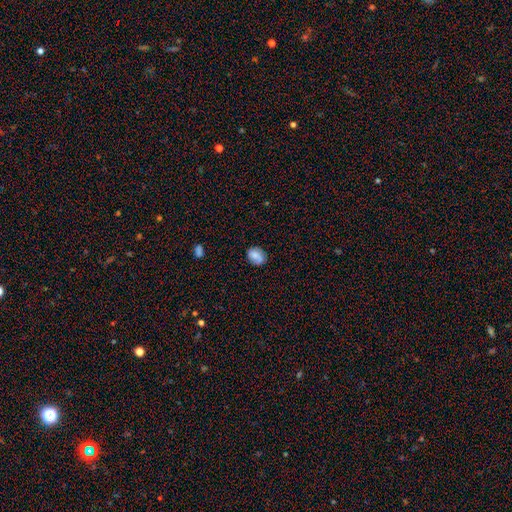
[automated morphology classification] Smooth or featured? smooth (72%)
How rounded? in between (58%)
Merging? none (71%)